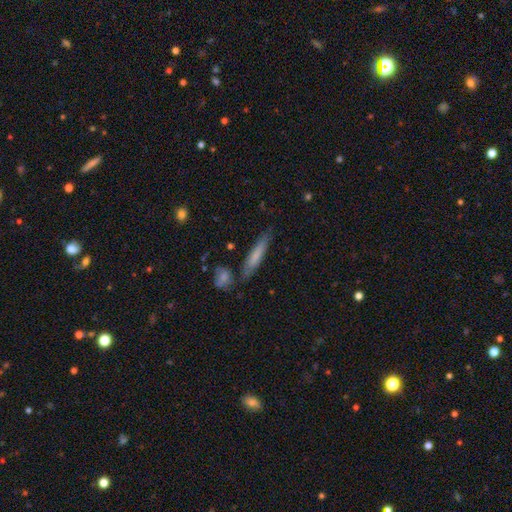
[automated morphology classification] Smooth or featured: smooth — 68% (featured or disk — 26%)
How rounded: cigar-shaped — 90% (in between — 8%)
Merging: none — 76% (minor disturbance — 15%)